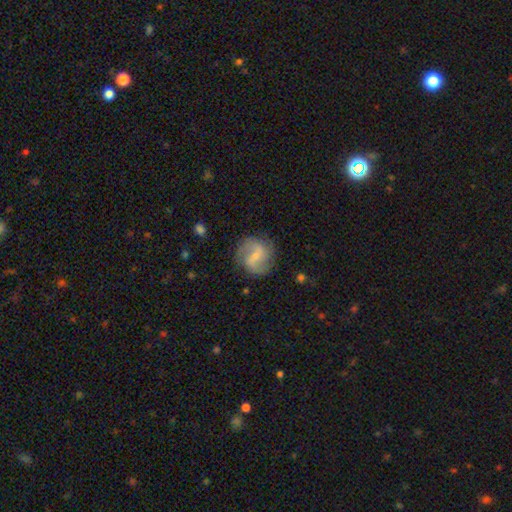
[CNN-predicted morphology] Smooth or featured? featured or disk (64%)
Edge-on disk? no (97%)
Bar? weak (52%)
Spiral arms? yes (86%)
Spiral winding? loose (43%)
Spiral arm count? 2 (83%)
Bulge size? small (59%)
Merging? none (73%)